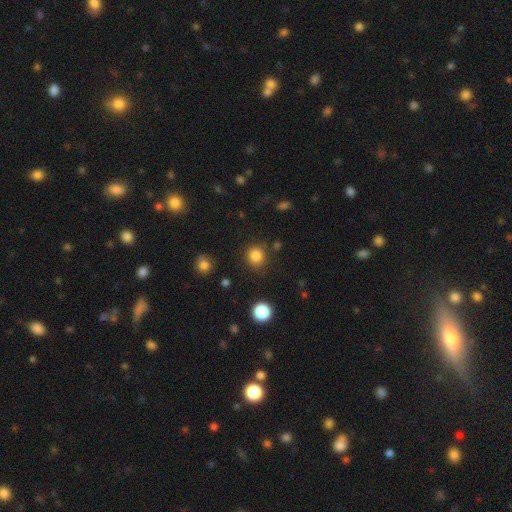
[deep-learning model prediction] A smooth galaxy with no disk features (84%) that is round (91%). Merging: none (86%).